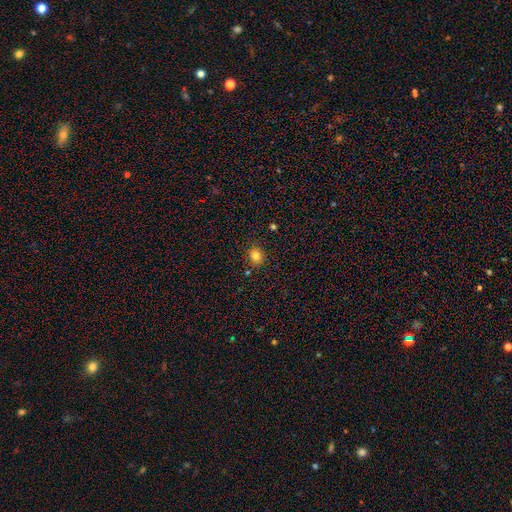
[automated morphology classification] This appears to be a smooth galaxy with no disk features (82%) that is round (69%). Merging: none (86%).